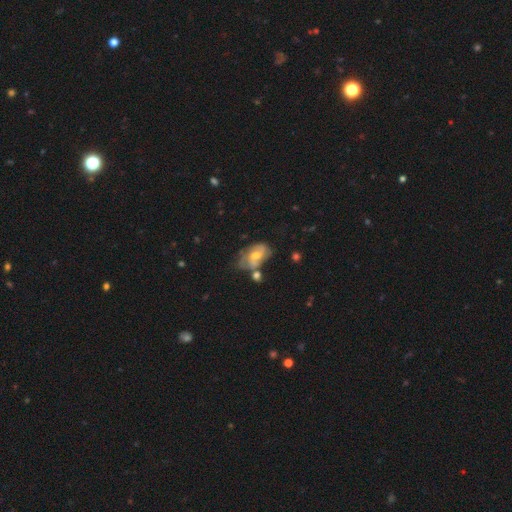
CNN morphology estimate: Smooth or featured? featured or disk (56%)
Edge-on disk? no (95%)
Bar? no (56%)
Spiral arms? yes (69%)
Bulge size? moderate (67%)
Merging? none (36%)